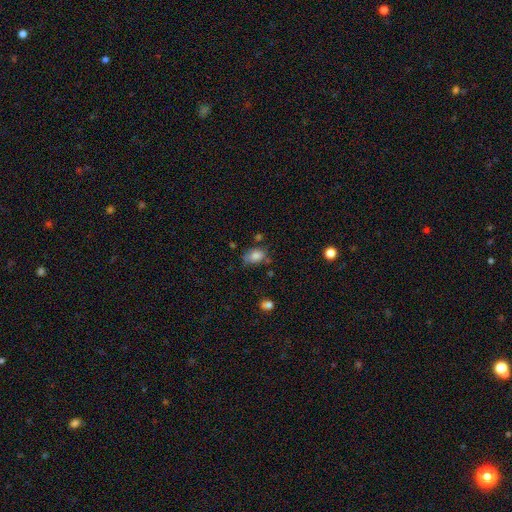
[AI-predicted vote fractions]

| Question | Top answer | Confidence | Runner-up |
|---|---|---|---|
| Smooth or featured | smooth | 79% | featured or disk (11%) |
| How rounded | in between | 77% | round (21%) |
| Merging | none | 53% | minor disturbance (30%) |